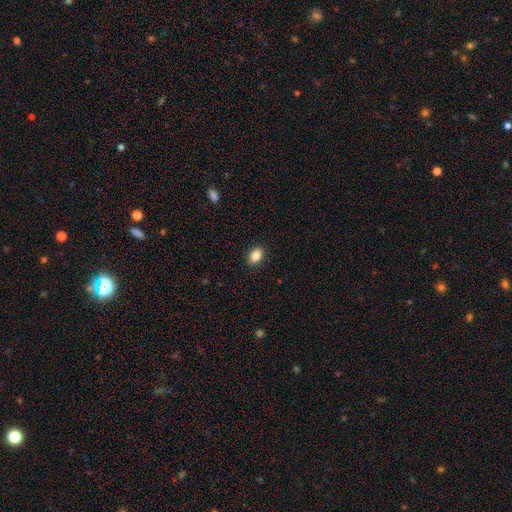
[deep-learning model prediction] A smooth galaxy with no disk features (87%) that is in between round and cigar-shaped (77%). Merging: none (89%).